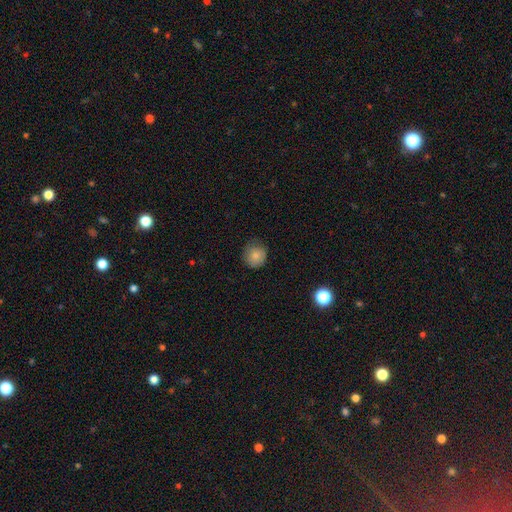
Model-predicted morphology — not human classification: This appears to be a smooth galaxy with no disk features (83%) that is round (89%). Merging: none (76%).